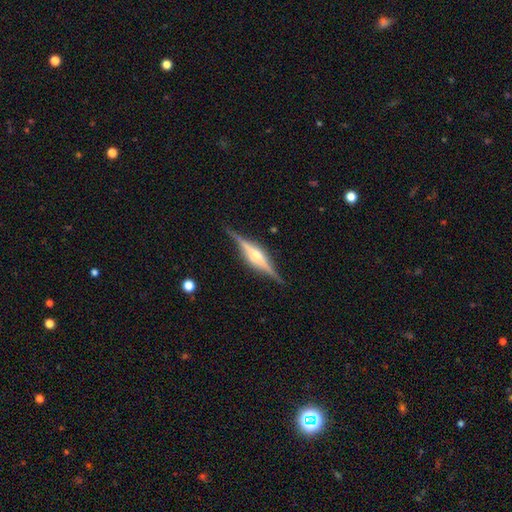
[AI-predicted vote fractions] Overall: featured or disk (86%). Edge-on disk: yes (98%). Edge-on bulge: rounded (85%). Merging: none (88%).